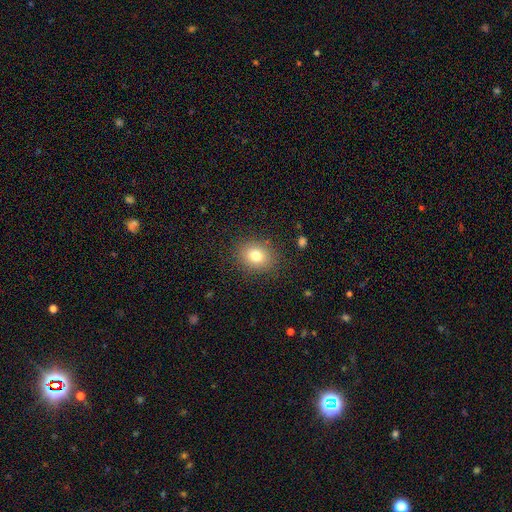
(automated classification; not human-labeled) smooth-or-featured: smooth: 78% | star or artifact: 11% | featured or disk: 10%
  how-rounded: round: 58% | in between: 42% | cigar-shaped: 1%
  merging: none: 86% | minor disturbance: 9% | major disturbance: 3% | merger: 1%